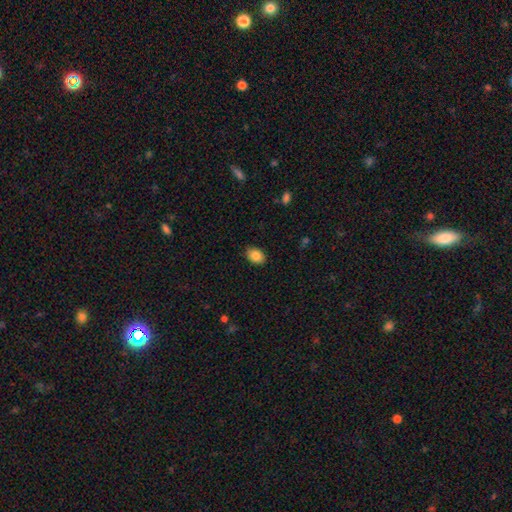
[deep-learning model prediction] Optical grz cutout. It shows a smooth galaxy with no disk features (86%) that is in between round and cigar-shaped (77%). Merging: none (86%).